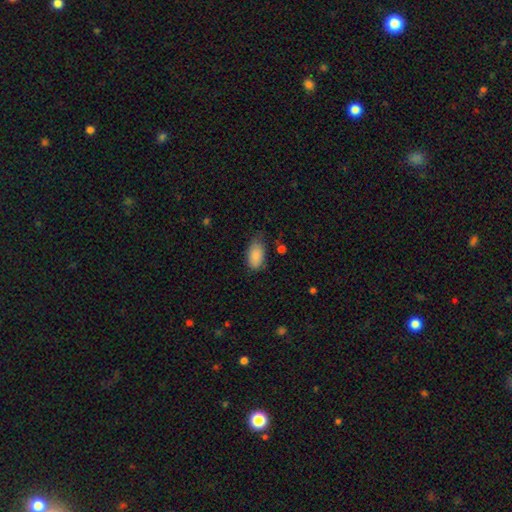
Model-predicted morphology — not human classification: Smooth or featured: smooth — 87% (star or artifact — 7%)
How rounded: in between — 93% (round — 5%)
Merging: none — 66% (minor disturbance — 27%)